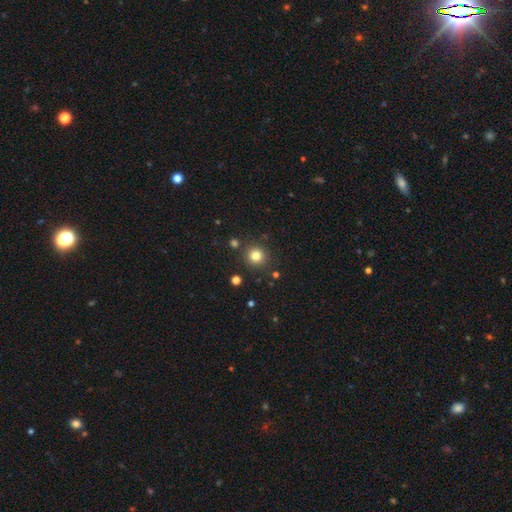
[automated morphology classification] This is clearly a smooth galaxy (80%). How rounded: clearly round (93%). Merging: clearly none (87%).